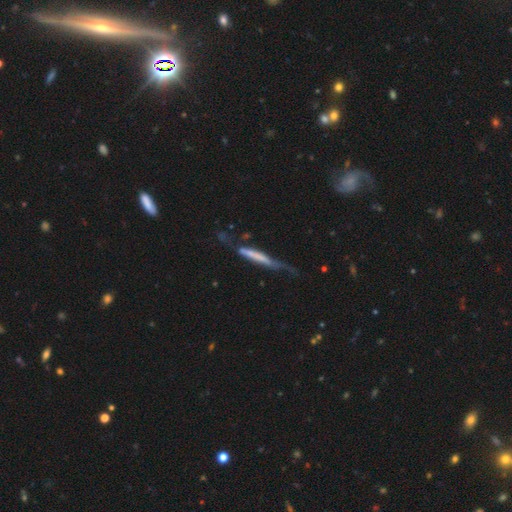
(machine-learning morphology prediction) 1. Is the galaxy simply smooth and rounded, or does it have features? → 49% smooth, 44% featured or disk, 7% star or artifact.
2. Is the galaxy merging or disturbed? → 36% none, 29% minor disturbance, 28% major disturbance, 7% merger.